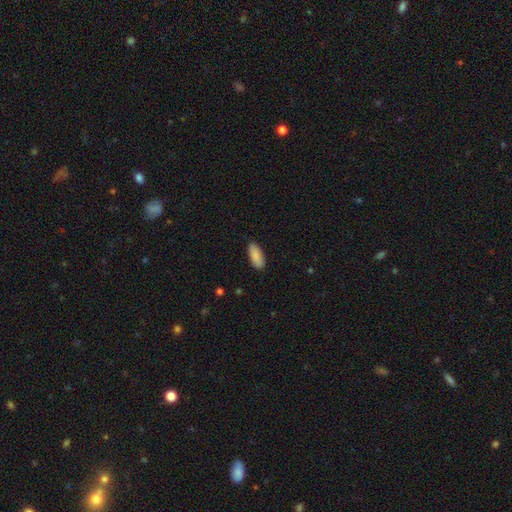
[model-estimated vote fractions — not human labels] smooth-or-featured: smooth: 88% | featured or disk: 6% | star or artifact: 6%
  how-rounded: in between: 82% | cigar-shaped: 16% | round: 2%
  merging: none: 87% | minor disturbance: 10% | major disturbance: 2% | merger: 1%